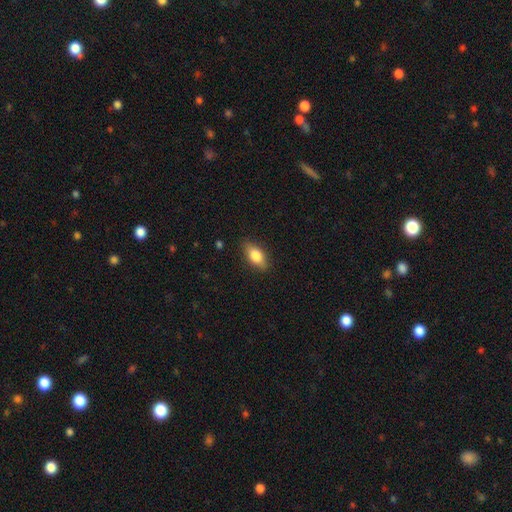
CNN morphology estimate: type=smooth (77%); roundness=in between (84%); merging=none (85%).